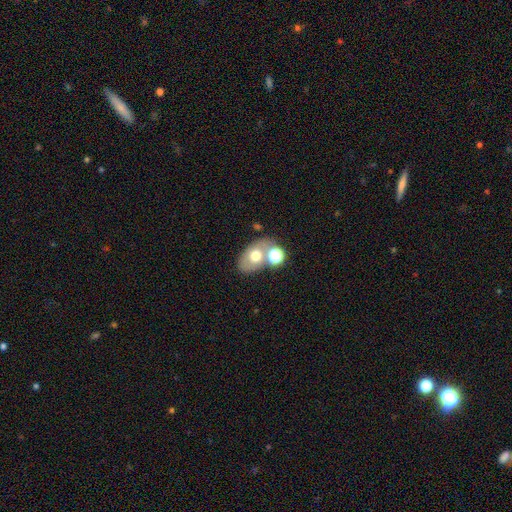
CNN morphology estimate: smooth_or_featured: smooth (p=0.61) [alt: featured or disk p=0.28]
how_rounded: in between (p=0.79) [alt: round p=0.20]
merging: none (p=0.56) [alt: merger p=0.25]